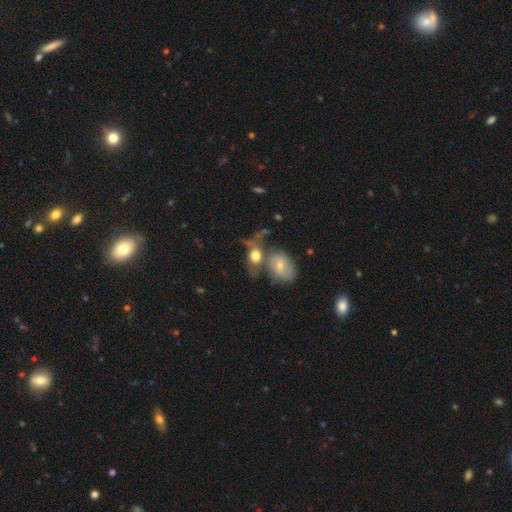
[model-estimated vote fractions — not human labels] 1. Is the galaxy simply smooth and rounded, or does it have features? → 61% smooth, 29% featured or disk, 10% star or artifact.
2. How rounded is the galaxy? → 64% in between, 32% round, 4% cigar-shaped.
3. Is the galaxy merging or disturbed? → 42% merger, 29% none, 15% minor disturbance, 13% major disturbance.